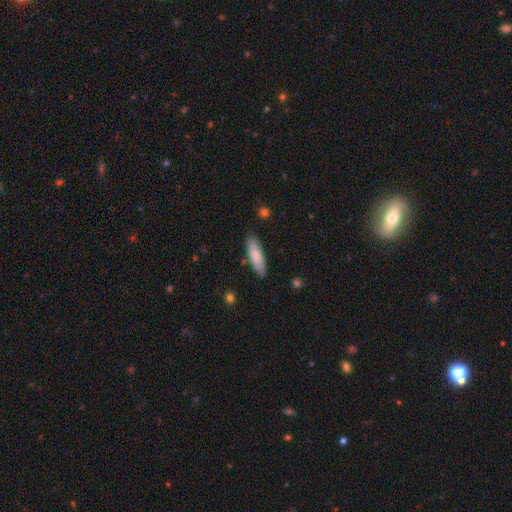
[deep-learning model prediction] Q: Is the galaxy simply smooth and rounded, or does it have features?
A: smooth — 78%.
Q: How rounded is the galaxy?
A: in between — 52%.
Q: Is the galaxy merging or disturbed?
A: none — 85%.